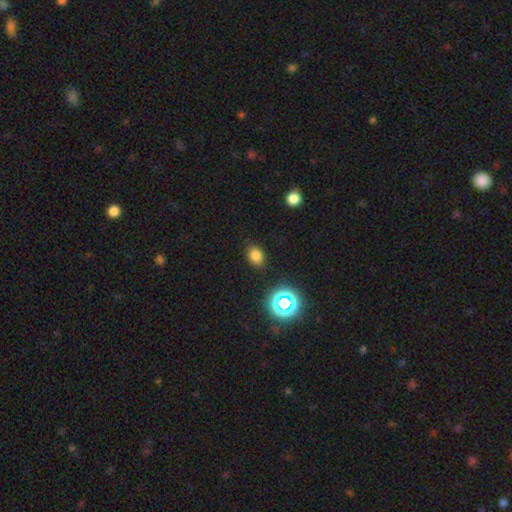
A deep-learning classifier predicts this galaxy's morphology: Smooth or featured: smooth — 75% (star or artifact — 19%)
How rounded: in between — 63% (round — 36%)
Merging: none — 84% (minor disturbance — 11%)